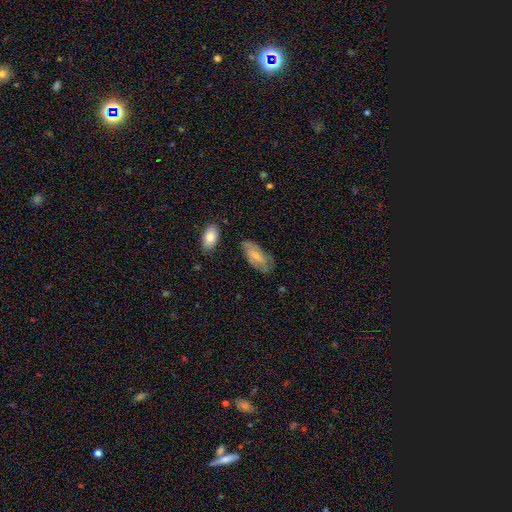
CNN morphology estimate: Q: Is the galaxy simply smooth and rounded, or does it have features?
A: smooth — 51%.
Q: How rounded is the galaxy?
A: in between — 89%.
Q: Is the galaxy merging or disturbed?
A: none — 68%.